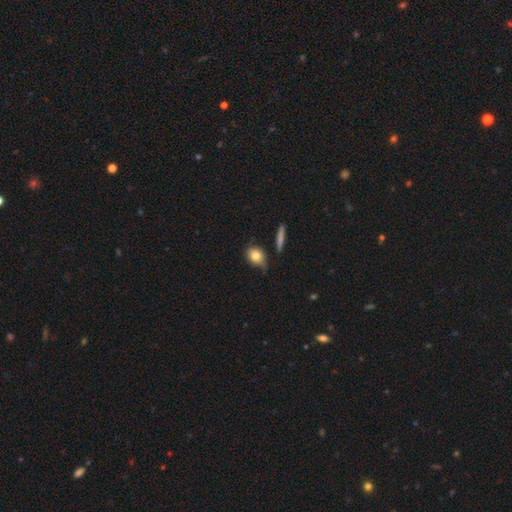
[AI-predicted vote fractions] The model was most divided on "how rounded": in between: 51%, round: 45%, cigar-shaped: 4%. More confident: smooth or featured — smooth (80%); merging — none (52%).